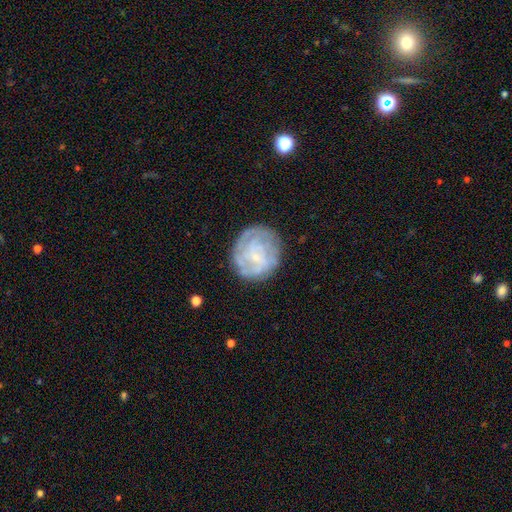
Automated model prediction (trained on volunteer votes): Smooth or featured? featured or disk (67%)
Edge-on disk? no (98%)
Bar? no (67%)
Spiral arms? yes (75%)
Bulge size? small (72%)
Merging? none (74%)